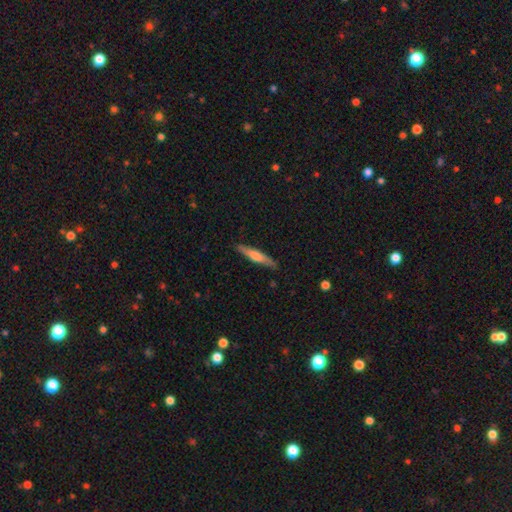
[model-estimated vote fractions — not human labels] Morphology: type=smooth (49%); merging=none (88%).